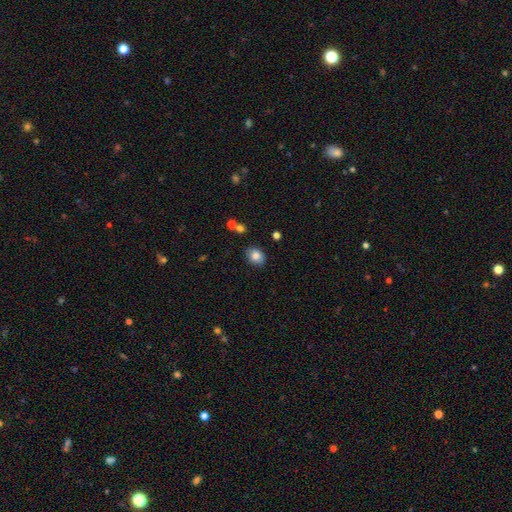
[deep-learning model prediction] Morphology: type=smooth (83%); roundness=in between (59%); merging=none (84%).